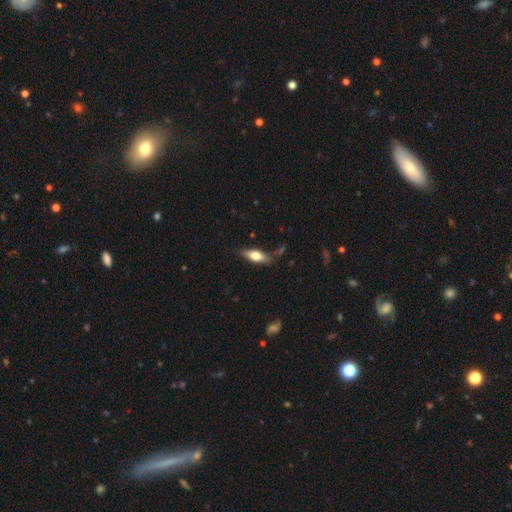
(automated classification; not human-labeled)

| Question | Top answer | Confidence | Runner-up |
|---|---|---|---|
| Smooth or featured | smooth | 58% | featured or disk (35%) |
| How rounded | in between | 62% | cigar-shaped (35%) |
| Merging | none | 73% | minor disturbance (18%) |